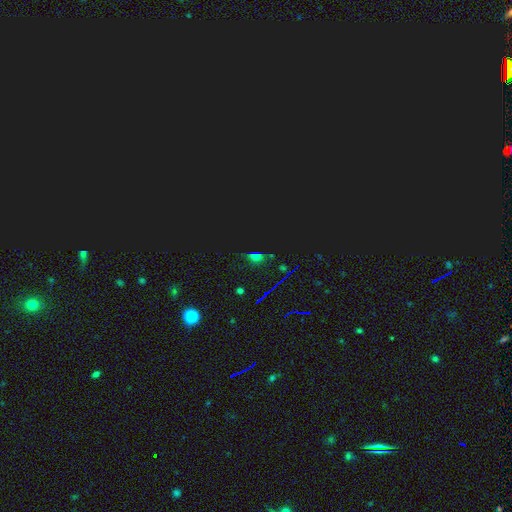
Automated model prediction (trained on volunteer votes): smooth_or_featured: star or artifact (p=0.57) [alt: smooth p=0.29]